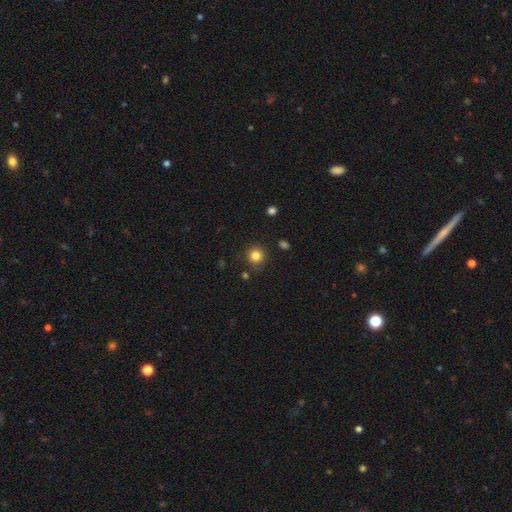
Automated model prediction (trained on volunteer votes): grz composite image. It shows a smooth galaxy with no disk features (83%) that is round (92%). Merging: none (86%).